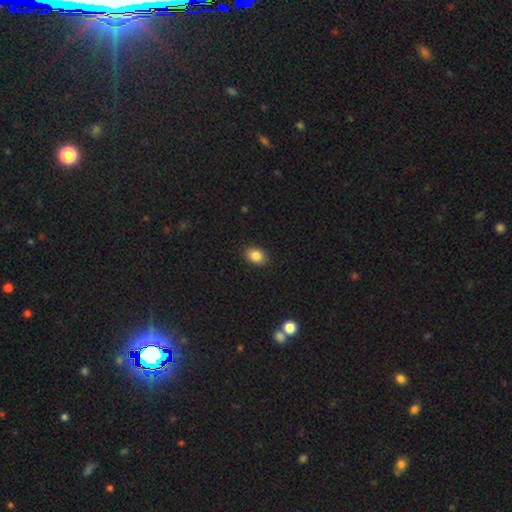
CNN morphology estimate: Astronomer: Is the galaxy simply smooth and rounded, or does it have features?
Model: smooth — 86%.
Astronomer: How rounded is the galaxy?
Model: in between — 71%.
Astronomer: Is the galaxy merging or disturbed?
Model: none — 90%.